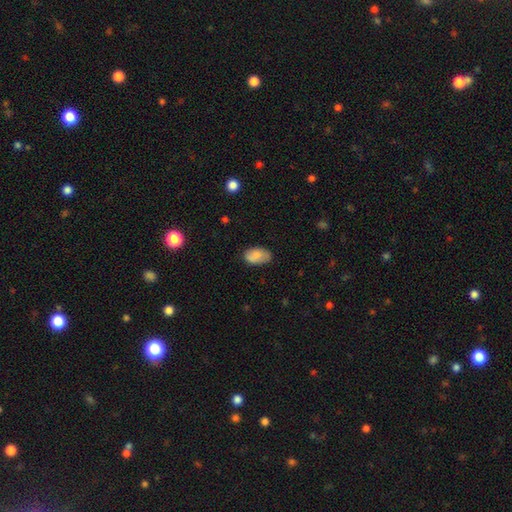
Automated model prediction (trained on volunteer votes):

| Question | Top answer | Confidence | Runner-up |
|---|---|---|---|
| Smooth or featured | smooth | 78% | featured or disk (15%) |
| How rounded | in between | 92% | round (6%) |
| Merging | none | 72% | minor disturbance (21%) |